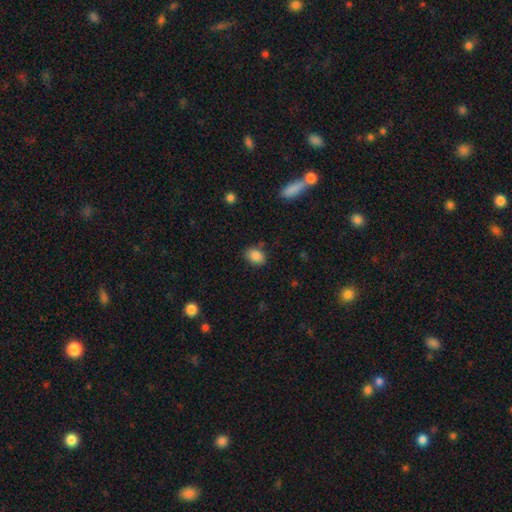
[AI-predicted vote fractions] Smooth or featured? Predicted: smooth (p=0.87). How rounded? Predicted: in between (p=0.76). Merging? Predicted: none (p=0.78).